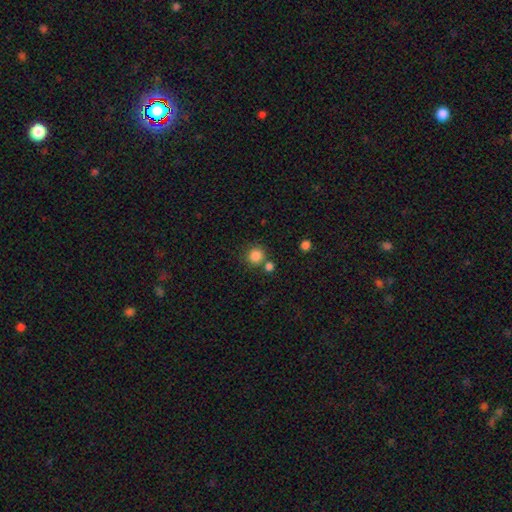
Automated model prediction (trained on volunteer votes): Q: Smooth or featured?
A: smooth (85%); runner-up: star or artifact (11%)
Q: How rounded?
A: round (90%); runner-up: in between (9%)
Q: Merging?
A: none (72%); runner-up: merger (15%)